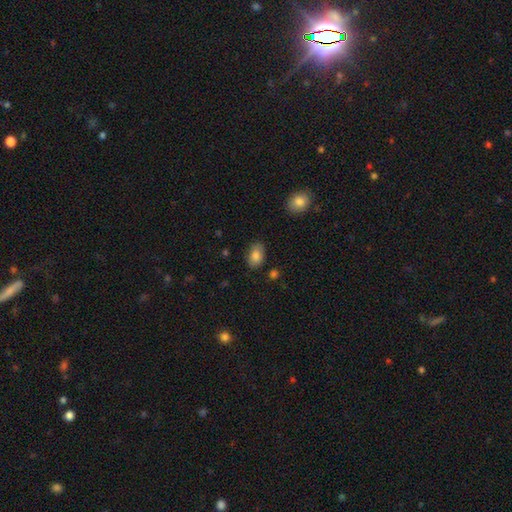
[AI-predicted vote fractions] Q: Smooth or featured?
A: smooth (84%); runner-up: featured or disk (8%)
Q: How rounded?
A: in between (88%); runner-up: round (10%)
Q: Merging?
A: none (80%); runner-up: minor disturbance (15%)